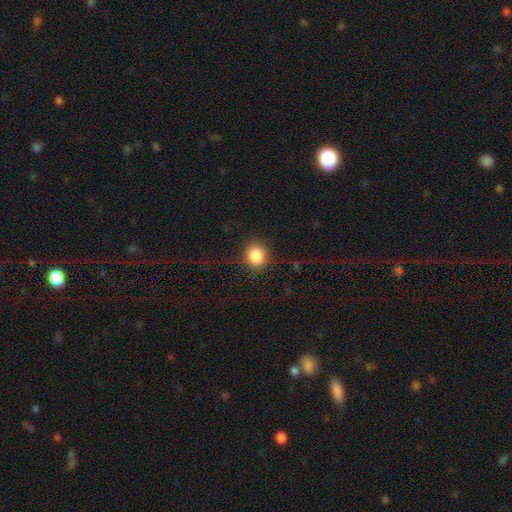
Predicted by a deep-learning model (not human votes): smooth_or_featured: smooth (p=0.85) [alt: star or artifact p=0.10]
how_rounded: round (p=0.72) [alt: in between p=0.27]
merging: none (p=0.81) [alt: minor disturbance p=0.12]